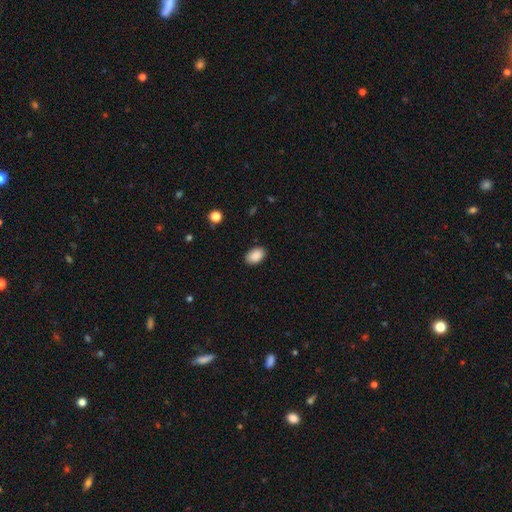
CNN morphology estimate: Q: Smooth or featured?
A: smooth (90%); runner-up: star or artifact (7%)
Q: How rounded?
A: in between (89%); runner-up: round (10%)
Q: Merging?
A: none (88%); runner-up: minor disturbance (9%)